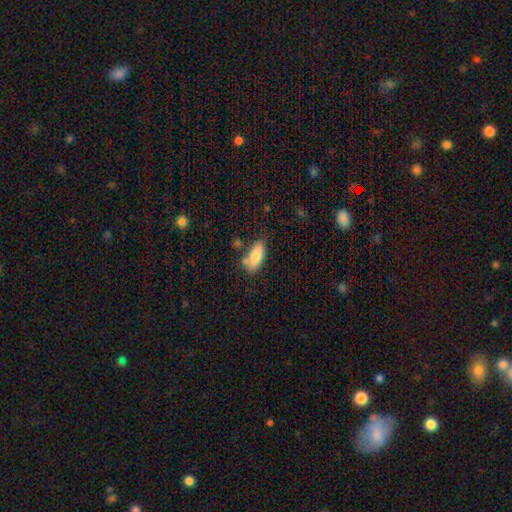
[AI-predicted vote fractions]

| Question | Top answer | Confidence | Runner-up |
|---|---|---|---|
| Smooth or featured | smooth | 81% | featured or disk (12%) |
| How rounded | in between | 85% | cigar-shaped (13%) |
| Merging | none | 66% | minor disturbance (19%) |